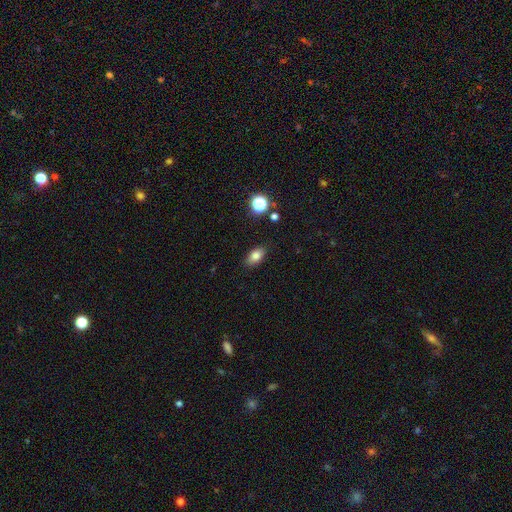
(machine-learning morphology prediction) The model was most divided on "smooth or featured": smooth: 80%, star or artifact: 11%, featured or disk: 9%. More confident: how rounded — in between (87%); merging — none (86%).